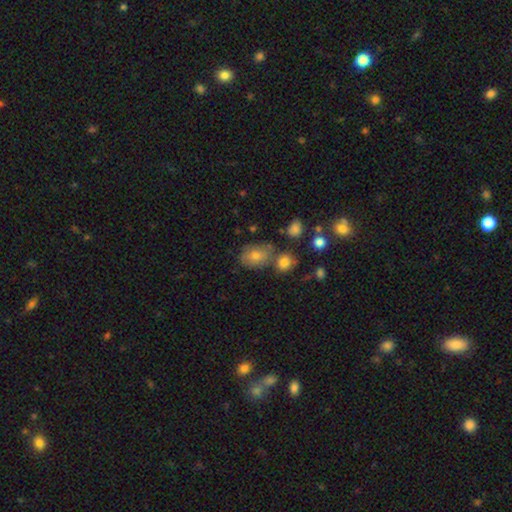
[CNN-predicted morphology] This appears to be a smooth galaxy with no disk features (74%) that is in between round and cigar-shaped (62%). Merging: none (60%).